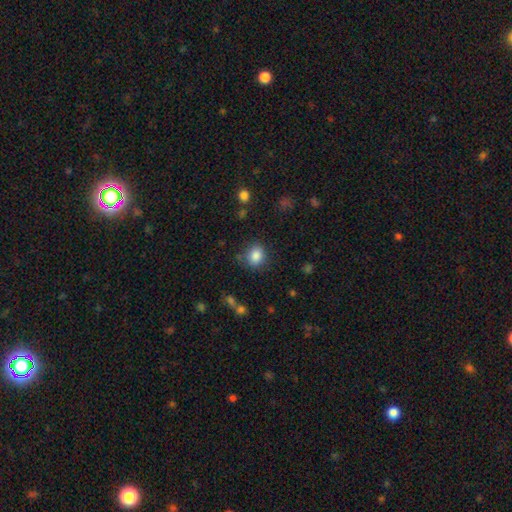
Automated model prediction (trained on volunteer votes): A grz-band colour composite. It shows a smooth galaxy with no disk features (86%) that is round (65%). Merging: none (77%).